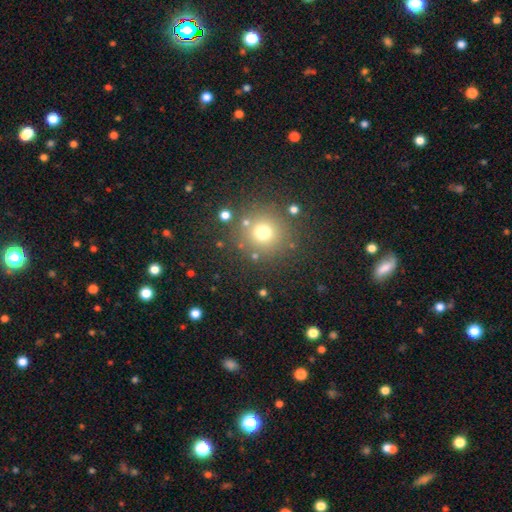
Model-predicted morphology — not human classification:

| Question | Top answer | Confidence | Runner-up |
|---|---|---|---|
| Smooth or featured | smooth | 69% | star or artifact (23%) |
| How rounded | round | 93% | in between (6%) |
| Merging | none | 85% | minor disturbance (7%) |